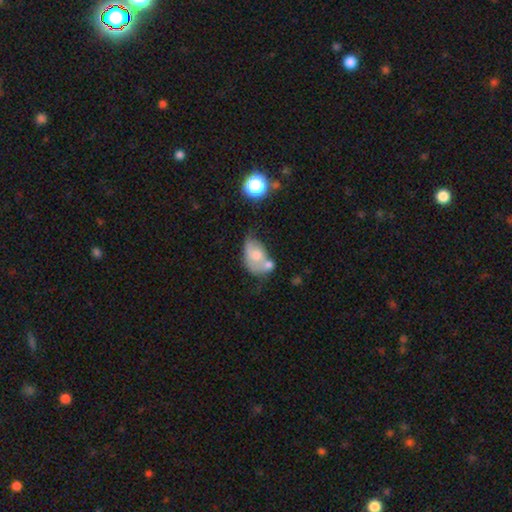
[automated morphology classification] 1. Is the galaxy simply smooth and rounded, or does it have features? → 56% smooth, 35% featured or disk, 9% star or artifact.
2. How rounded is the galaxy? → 80% in between, 19% round, 1% cigar-shaped.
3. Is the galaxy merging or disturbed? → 43% merger, 21% minor disturbance, 19% none, 18% major disturbance.